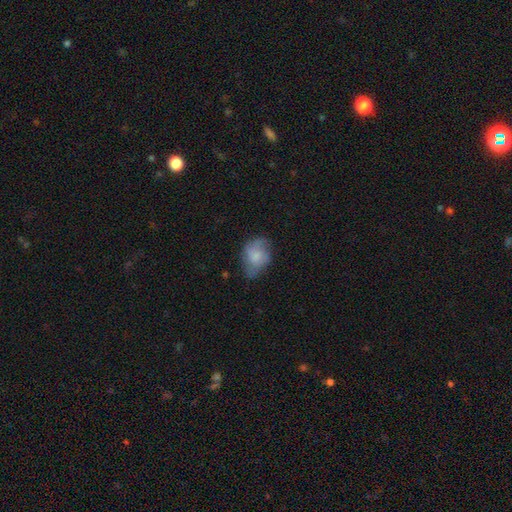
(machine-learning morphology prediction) type=smooth (60%); roundness=in between (68%); merging=none (48%).